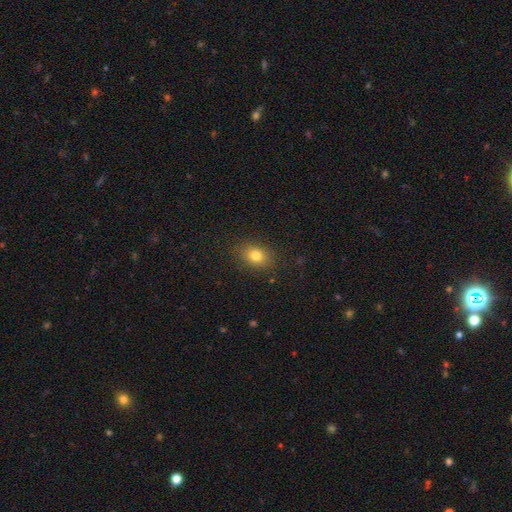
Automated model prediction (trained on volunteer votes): Smooth or featured: smooth — 80% (star or artifact — 12%)
How rounded: in between — 66% (round — 32%)
Merging: none — 87% (minor disturbance — 9%)